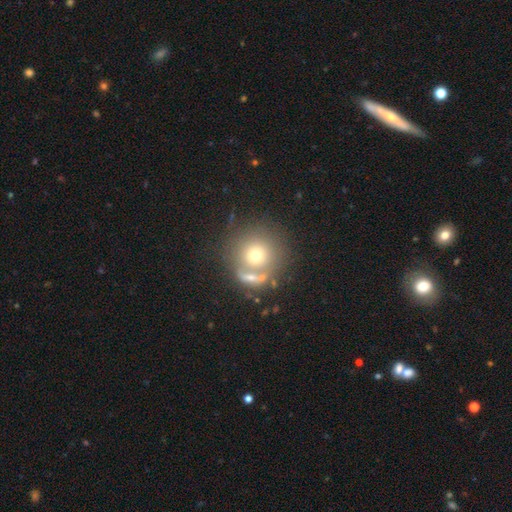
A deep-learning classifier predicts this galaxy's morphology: Smooth or featured: smooth — 66% (featured or disk — 21%)
How rounded: round — 92% (in between — 7%)
Merging: none — 54% (merger — 28%)